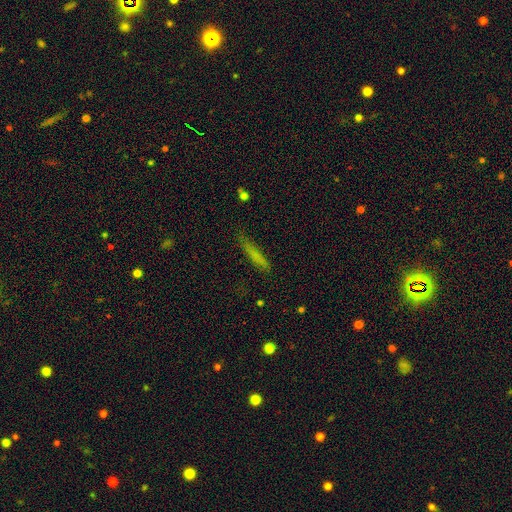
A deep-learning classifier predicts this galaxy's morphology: This appears to be a smooth galaxy with no disk features (70%) that is cigar-shaped (91%). Merging: none (73%).